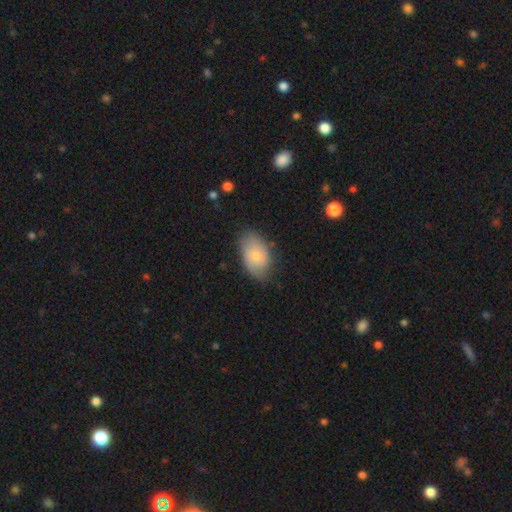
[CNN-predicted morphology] smooth 62%, featured or disk 31%, star or artifact 7%. Down the decision tree: how rounded — in between (89%); merging — none (71%).